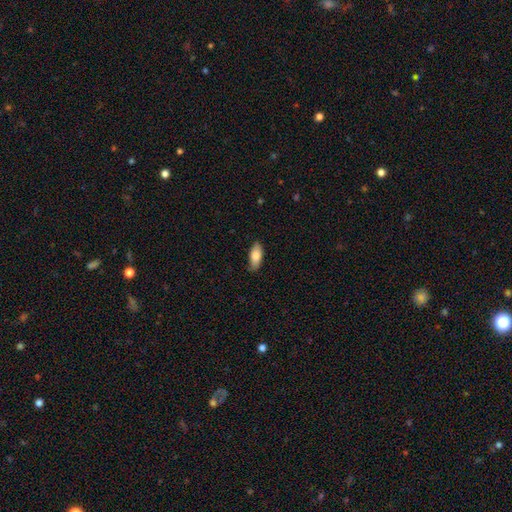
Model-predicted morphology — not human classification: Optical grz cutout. It shows a smooth galaxy with no disk features (80%) that is in between round and cigar-shaped (83%). Merging: none (83%).